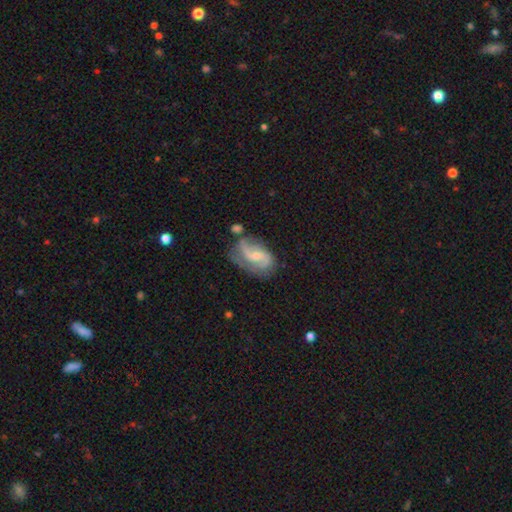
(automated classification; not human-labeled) This appears to be a featured or disk galaxy (76%) with a weak bar (50%), 2 (76%) medium (45%) spiral arms (92%) and a small central bulge (52%). Merging: none (48%).